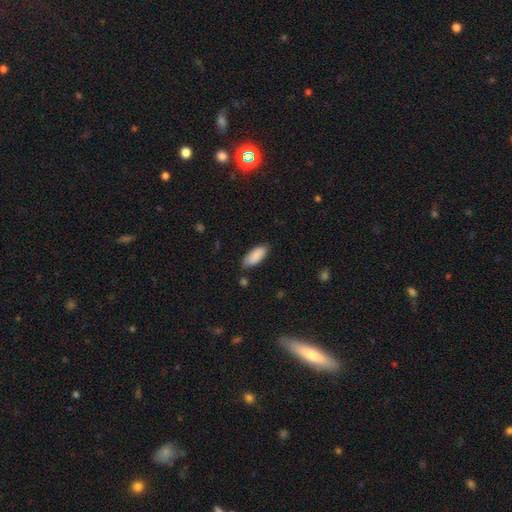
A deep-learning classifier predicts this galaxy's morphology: smooth_or_featured: smooth (p=0.89) [alt: star or artifact p=0.06]
how_rounded: in between (p=0.84) [alt: cigar-shaped p=0.14]
merging: none (p=0.81) [alt: minor disturbance p=0.15]